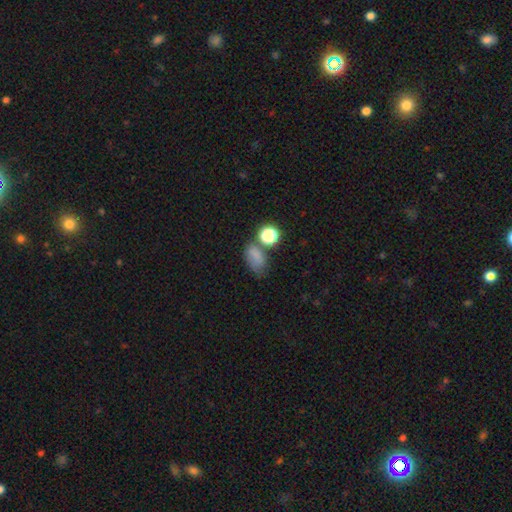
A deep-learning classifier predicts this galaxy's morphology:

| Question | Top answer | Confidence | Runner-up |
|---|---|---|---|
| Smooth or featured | smooth | 72% | star or artifact (18%) |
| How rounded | in between | 75% | round (23%) |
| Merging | none | 46% | minor disturbance (23%) |